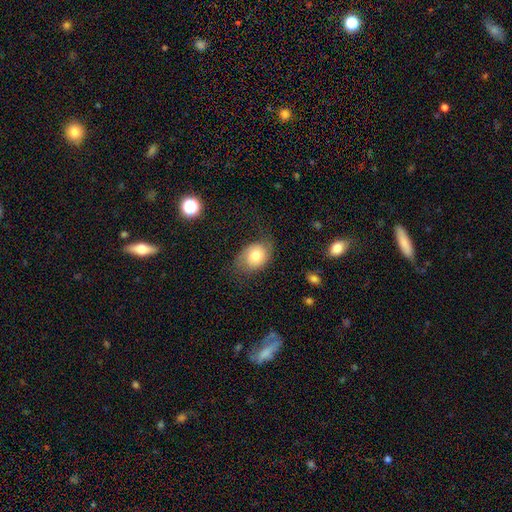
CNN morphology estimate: Smooth or featured: smooth — 63% (featured or disk — 29%)
How rounded: in between — 69% (round — 30%)
Merging: none — 59% (minor disturbance — 27%)